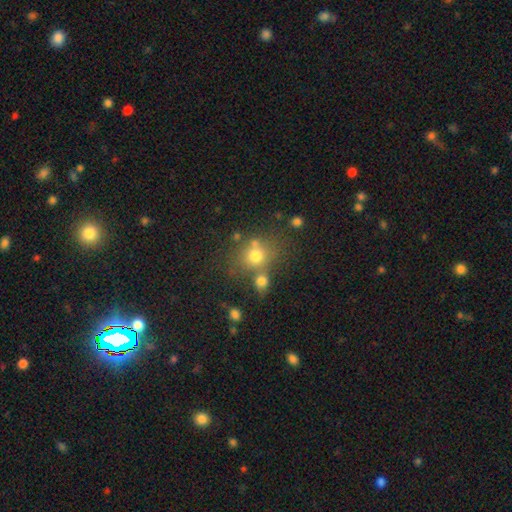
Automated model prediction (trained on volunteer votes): smooth 71%, star or artifact 17%, featured or disk 12%. Down the decision tree: how rounded — round (75%); merging — none (56%).